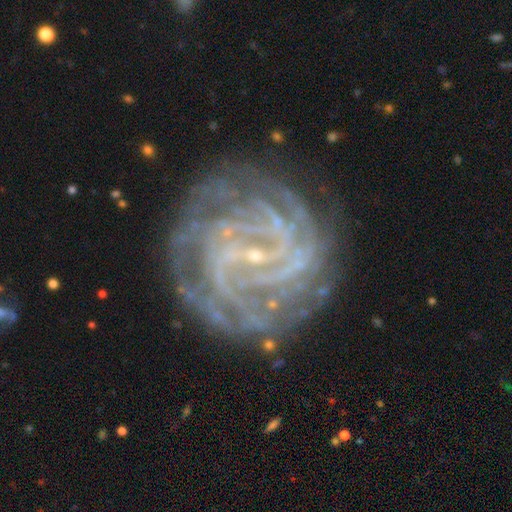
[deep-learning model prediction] Morphology: type=featured or disk (88%); edge-on=no (97%); bar=weak (43%); spiral arms=yes (97%); winding=tight (79%); arm count=can't tell (24%); bulge=small (84%); merging=none (79%).